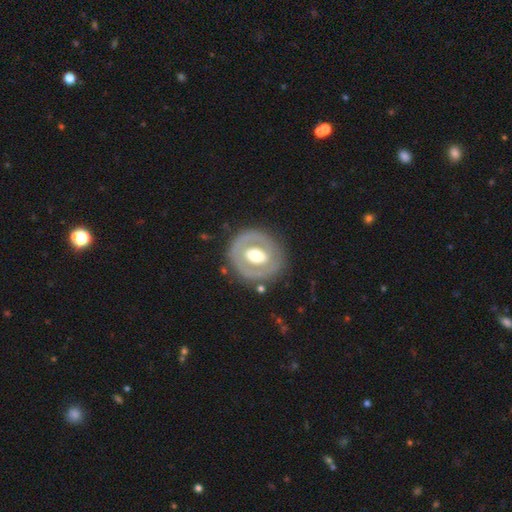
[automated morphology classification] This appears to be a featured or disk galaxy (59%) with no bar (56%), no spiral arms (84%) and a moderate central bulge (56%). Merging: none (78%).